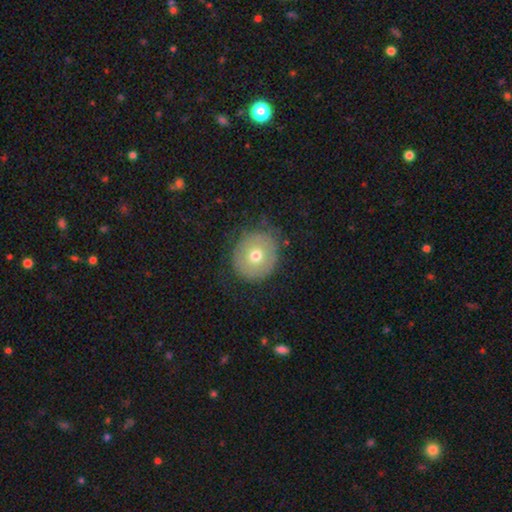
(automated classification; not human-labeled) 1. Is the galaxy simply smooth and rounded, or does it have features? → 61% smooth, 30% featured or disk, 9% star or artifact.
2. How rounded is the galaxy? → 85% round, 14% in between, 1% cigar-shaped.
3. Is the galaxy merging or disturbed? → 78% none, 15% minor disturbance, 6% major disturbance, 1% merger.